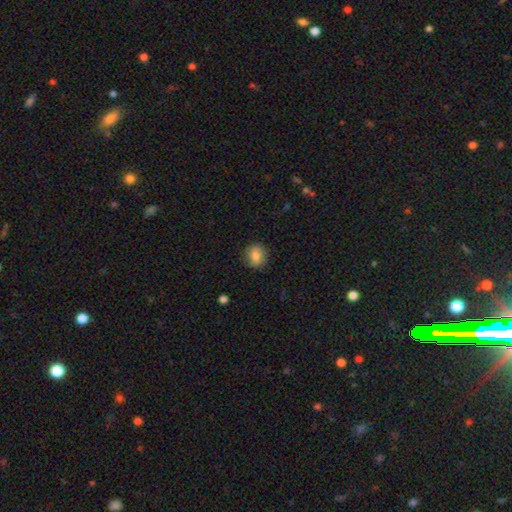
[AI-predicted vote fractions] Smooth or featured: smooth — 80% (featured or disk — 11%)
How rounded: round — 74% (in between — 25%)
Merging: none — 85% (minor disturbance — 11%)